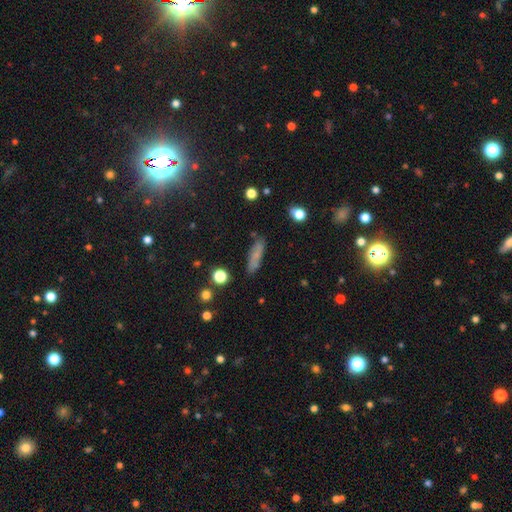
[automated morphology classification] type=smooth (67%); roundness=cigar-shaped (64%); merging=none (76%).